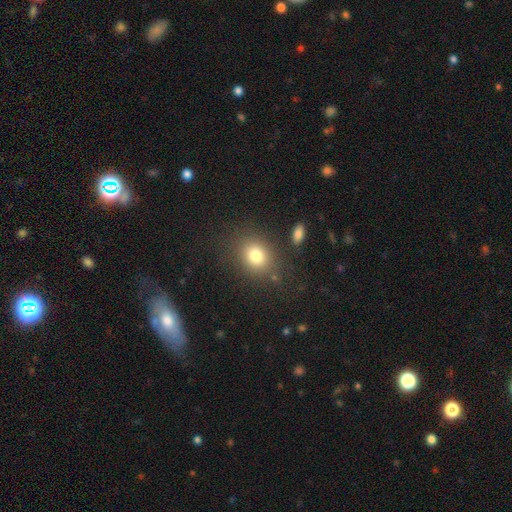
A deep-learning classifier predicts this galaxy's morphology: Smooth or featured? Predicted: smooth (p=0.79). How rounded? Predicted: round (p=0.56). Merging? Predicted: none (p=0.80).